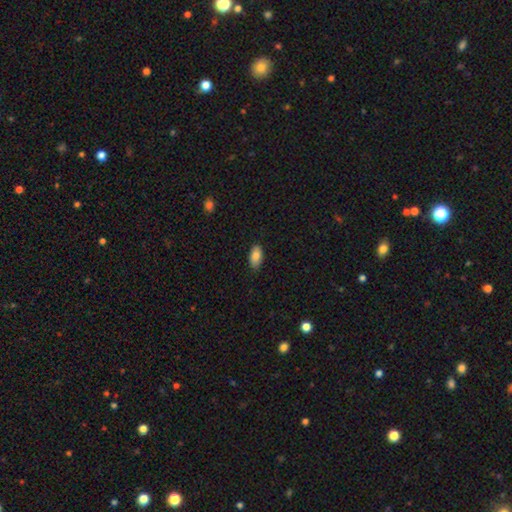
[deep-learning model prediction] A smooth galaxy with no disk features (85%) that is in between round and cigar-shaped (94%). Merging: none (86%).